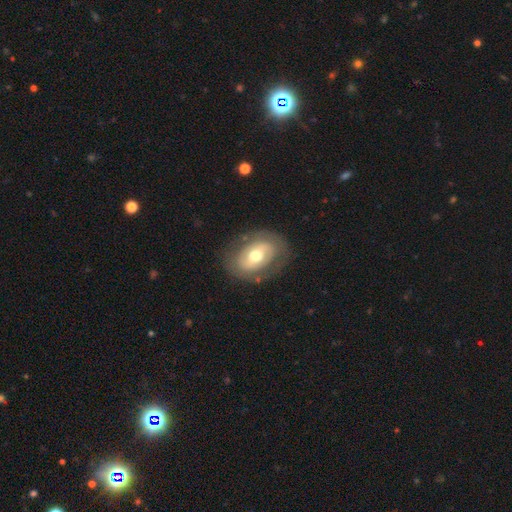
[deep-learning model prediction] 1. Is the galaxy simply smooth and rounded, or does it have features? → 52% featured or disk, 41% smooth, 6% star or artifact.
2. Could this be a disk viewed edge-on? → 92% no, 8% yes.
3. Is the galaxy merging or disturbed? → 77% none, 15% minor disturbance, 7% major disturbance, 1% merger.